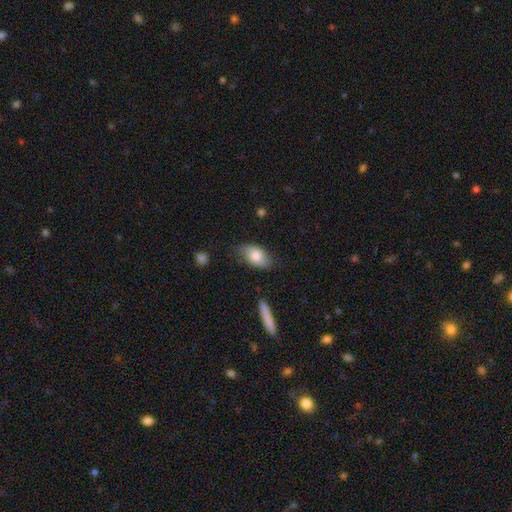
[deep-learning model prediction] smooth_or_featured: smooth (p=0.77) [alt: featured or disk p=0.16]
how_rounded: in between (p=0.91) [alt: round p=0.06]
merging: none (p=0.73) [alt: minor disturbance p=0.21]